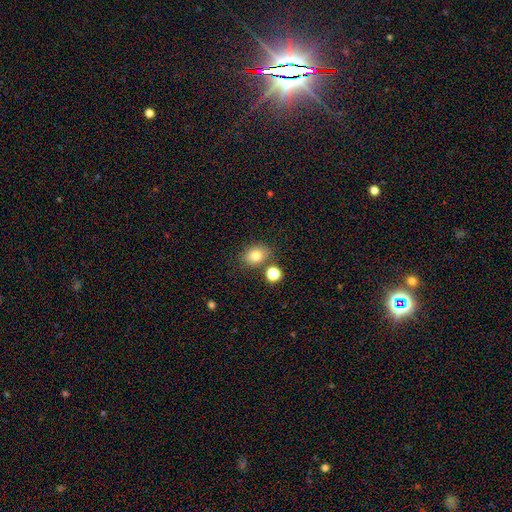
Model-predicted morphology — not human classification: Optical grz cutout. It shows a smooth galaxy with no disk features (79%) that is in between round and cigar-shaped (55%). Merging: none (75%).